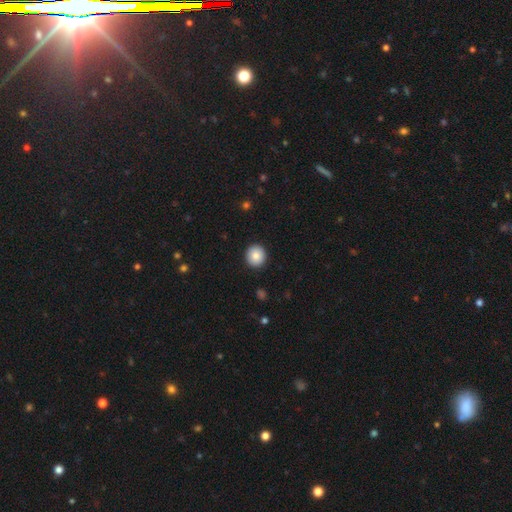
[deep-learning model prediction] smooth_or_featured: smooth (p=0.84) [alt: star or artifact p=0.08]
how_rounded: round (p=0.93) [alt: in between p=0.06]
merging: none (p=0.93) [alt: minor disturbance p=0.05]